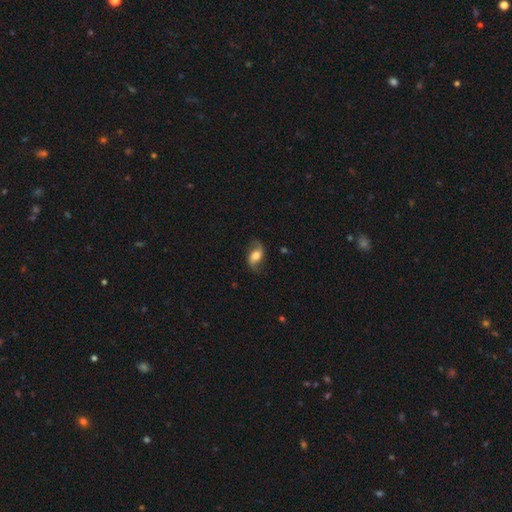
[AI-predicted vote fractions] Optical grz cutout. It shows a featured or disk galaxy (60%) with no bar (48%), 2 (91%) loose (71%) spiral arms (90%) and a moderate central bulge (43%). Merging: none (73%).